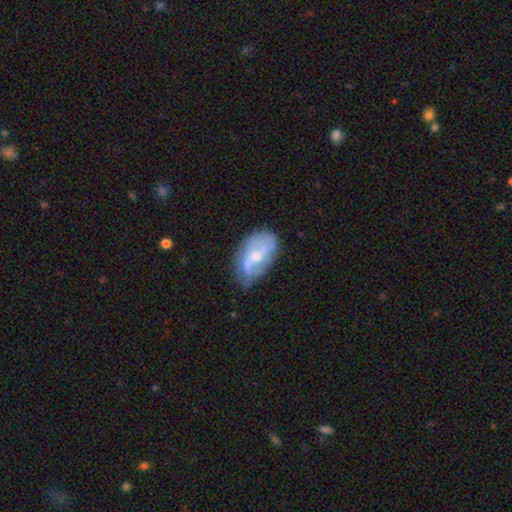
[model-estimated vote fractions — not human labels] A featured or disk galaxy (70%) with no bar (49%), 2 (60%) loose (42%) spiral arms (84%) and a moderate central bulge (50%).

Vote fractions:
- Smooth or featured? featured or disk: 70% / smooth: 23% / star or artifact: 6%
- Edge-on disk? no: 96% / yes: 4%
- Bar? no: 49% / weak: 43% / strong: 8%
- Spiral arms? yes: 84% / no: 16%
- Spiral winding? loose: 42% / medium: 39% / tight: 19%
- Spiral arm count? 2: 60% / can't tell: 20% / 1: 10% / 3: 7% / 4: 2% / more than 4: 2%
- Bulge size? moderate: 50% / small: 41% / none: 5% / large: 3% / dominant: 1%
- Merging? none: 58% / minor disturbance: 27% / major disturbance: 12% / merger: 3%